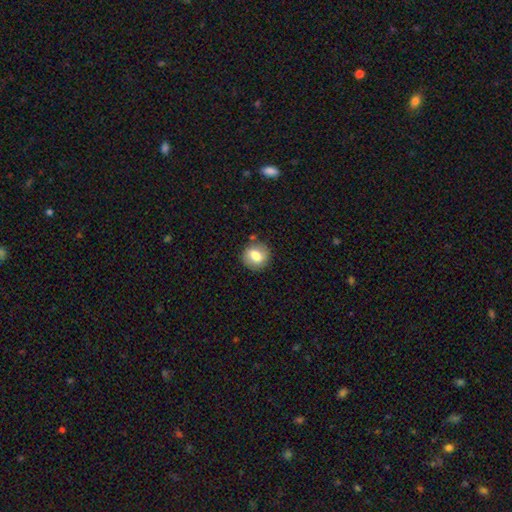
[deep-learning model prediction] A smooth galaxy with no disk features (74%) that is round (80%).

Vote fractions:
- Smooth or featured? smooth: 74% / featured or disk: 17% / star or artifact: 8%
- How rounded? round: 80% / in between: 19% / cigar-shaped: 1%
- Merging? none: 82% / minor disturbance: 12% / major disturbance: 3% / merger: 2%